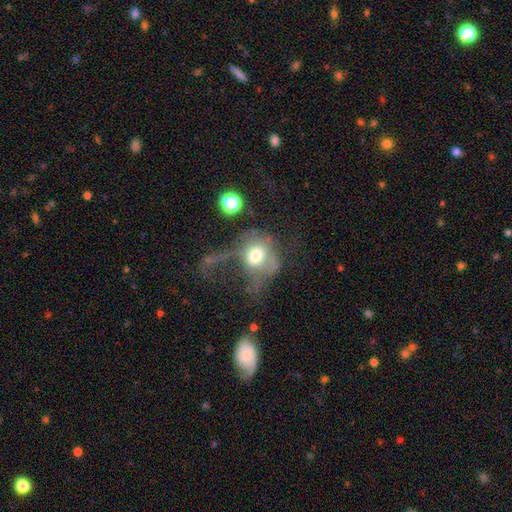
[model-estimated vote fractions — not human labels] Smooth or featured?
  - smooth: 53% *
  - featured or disk: 36%
  - star or artifact: 11%
How rounded?
  - round: 60% *
  - in between: 38%
  - cigar-shaped: 2%
Merging?
  - major disturbance: 61% *
  - none: 17%
  - minor disturbance: 14%
  - merger: 9%